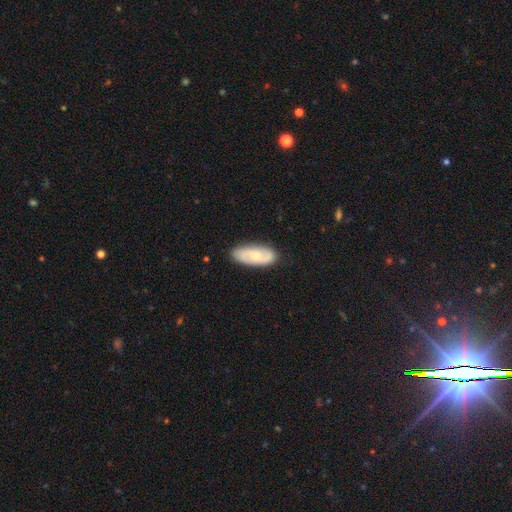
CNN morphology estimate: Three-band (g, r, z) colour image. It shows a featured or disk galaxy (48%). Merging: none (84%).